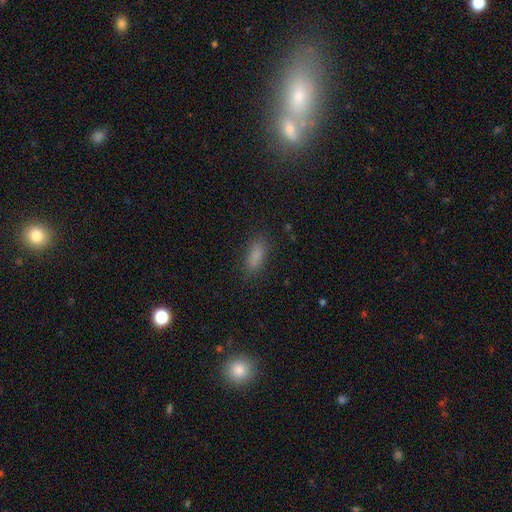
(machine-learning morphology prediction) smooth-or-featured: smooth: 82% | star or artifact: 12% | featured or disk: 6%
  how-rounded: in between: 74% | cigar-shaped: 23% | round: 3%
  merging: none: 84% | minor disturbance: 11% | major disturbance: 3% | merger: 1%